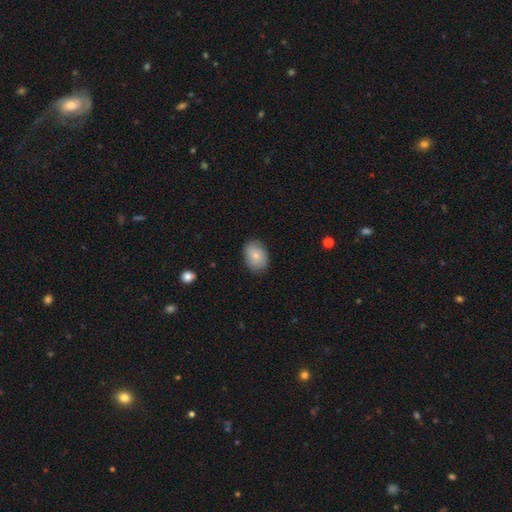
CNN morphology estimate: Q: Smooth or featured?
A: smooth (79%); runner-up: featured or disk (14%)
Q: How rounded?
A: in between (70%); runner-up: round (29%)
Q: Merging?
A: none (82%); runner-up: minor disturbance (14%)